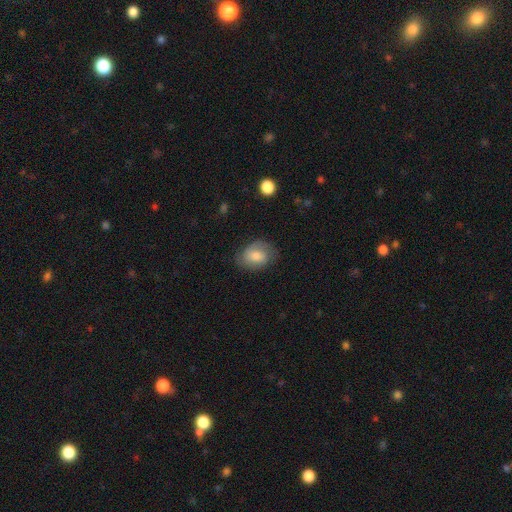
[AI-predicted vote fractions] smooth 62%, featured or disk 31%, star or artifact 8%. Down the decision tree: how rounded — in between (67%); merging — none (69%).